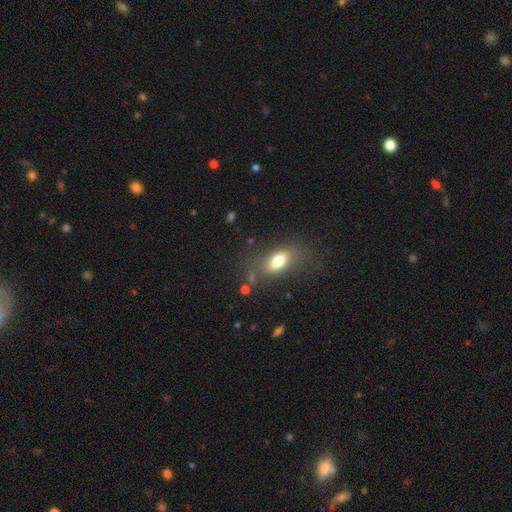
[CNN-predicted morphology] This appears to be a smooth galaxy with no disk features (64%) that is in between round and cigar-shaped (77%). Merging: none (65%).